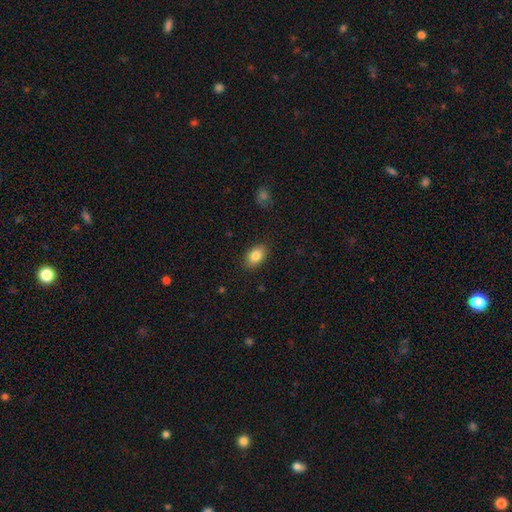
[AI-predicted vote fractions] This is clearly a smooth galaxy (85%). How rounded: clearly in between (88%). Merging: clearly none (87%).